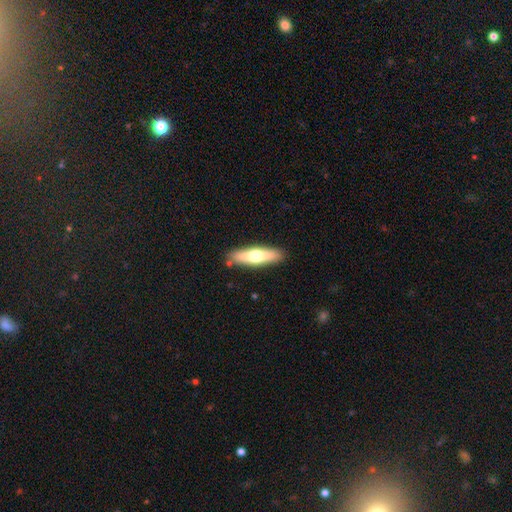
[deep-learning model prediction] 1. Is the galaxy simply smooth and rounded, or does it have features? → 53% smooth, 41% featured or disk, 5% star or artifact.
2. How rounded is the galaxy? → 72% cigar-shaped, 26% in between, 2% round.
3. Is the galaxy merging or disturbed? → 87% none, 9% minor disturbance, 2% merger, 2% major disturbance.